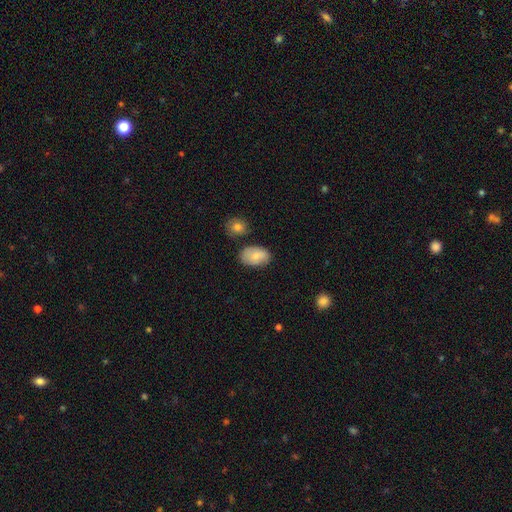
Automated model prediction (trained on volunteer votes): smooth 80%, featured or disk 13%, star or artifact 7%. Down the decision tree: how rounded — in between (90%); merging — none (72%).